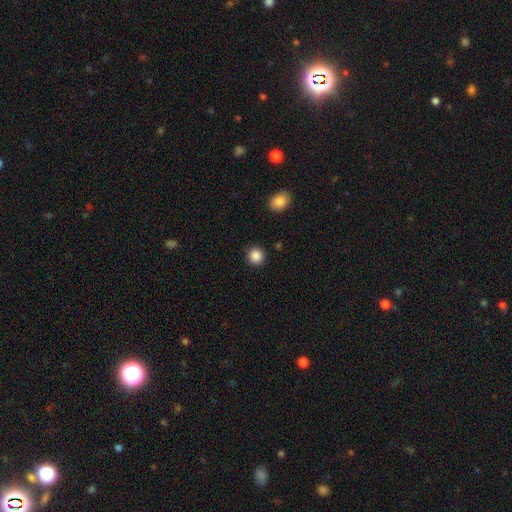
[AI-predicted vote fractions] smooth 87%, star or artifact 10%, featured or disk 3%. Down the decision tree: how rounded — round (93%); merging — none (91%).